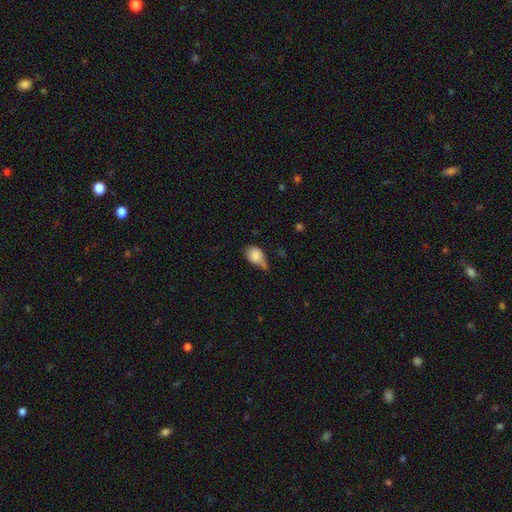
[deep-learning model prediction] A smooth galaxy with no disk features (84%) that is in between round and cigar-shaped (70%). Merging: minor disturbance (41%).